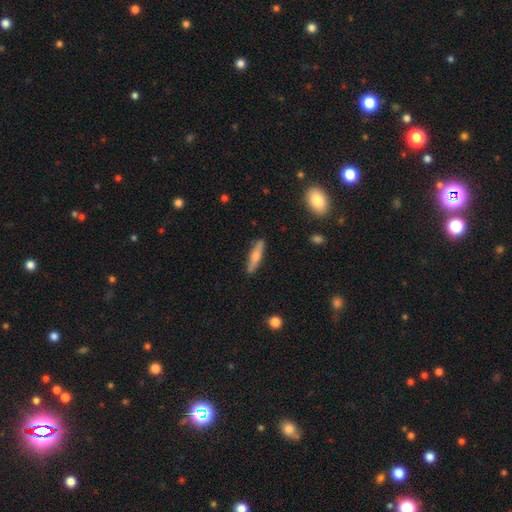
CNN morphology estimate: A smooth galaxy with no disk features (52%) that is cigar-shaped (81%). Merging: none (88%).